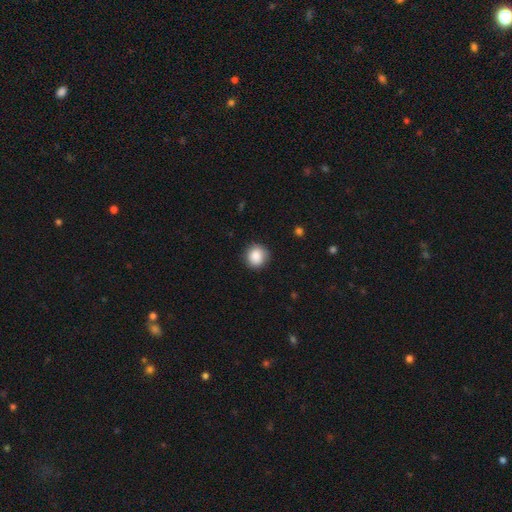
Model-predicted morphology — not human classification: smooth_or_featured: smooth (p=0.86) [alt: star or artifact p=0.09]
how_rounded: round (p=0.92) [alt: in between p=0.07]
merging: none (p=0.87) [alt: minor disturbance p=0.10]